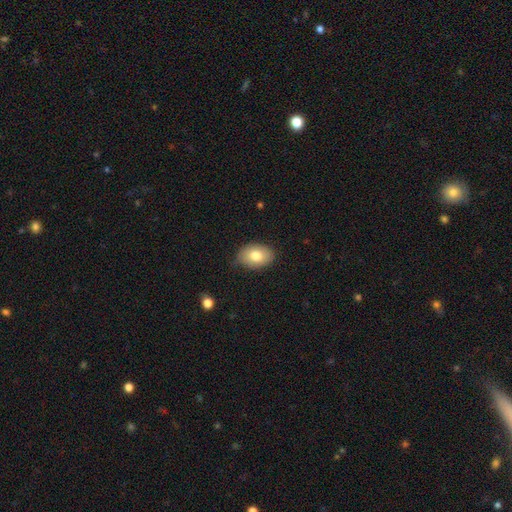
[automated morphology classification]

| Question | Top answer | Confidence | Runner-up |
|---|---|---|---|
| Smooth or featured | smooth | 79% | featured or disk (13%) |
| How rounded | in between | 83% | round (16%) |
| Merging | none | 78% | minor disturbance (18%) |